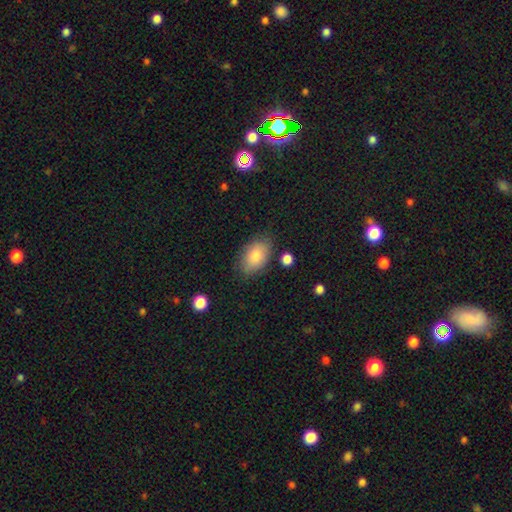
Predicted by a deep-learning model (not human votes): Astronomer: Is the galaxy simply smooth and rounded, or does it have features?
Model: smooth — 82%.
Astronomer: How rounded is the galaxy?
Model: in between — 90%.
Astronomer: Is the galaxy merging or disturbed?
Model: none — 79%.